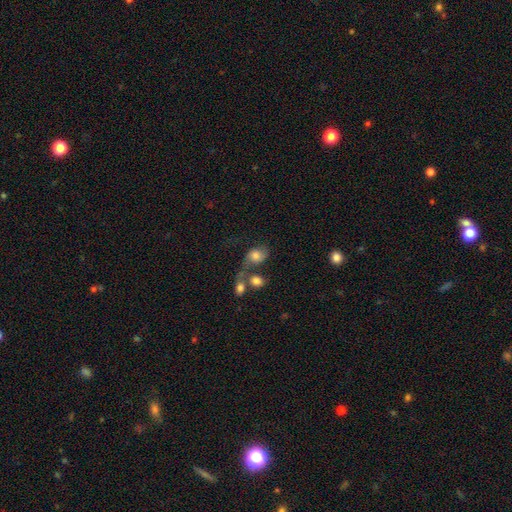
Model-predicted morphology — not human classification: Smooth or featured?
  - smooth: 59% *
  - featured or disk: 30%
  - star or artifact: 10%
How rounded?
  - in between: 65% *
  - round: 33%
  - cigar-shaped: 2%
Merging?
  - merger: 42% *
  - none: 26%
  - major disturbance: 18%
  - minor disturbance: 14%